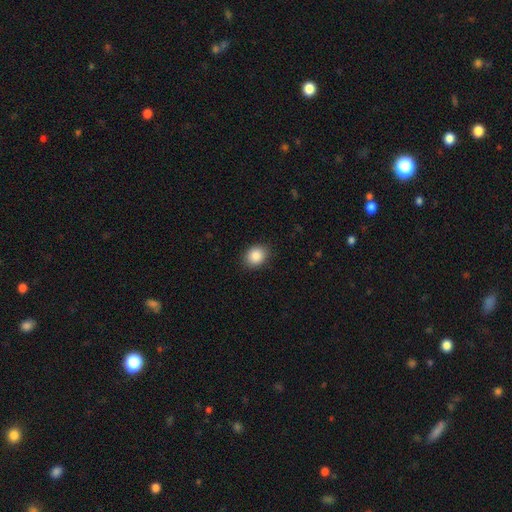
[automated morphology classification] This is clearly a smooth galaxy (87%). How rounded: possibly round (54%). Merging: clearly none (88%).